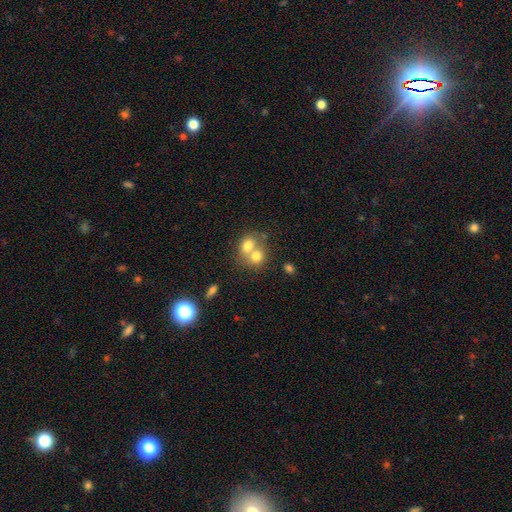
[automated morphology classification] The model was most divided on "how rounded": round: 61%, in between: 38%, cigar-shaped: 1%. More confident: smooth or featured — smooth (72%); merging — merger (68%).